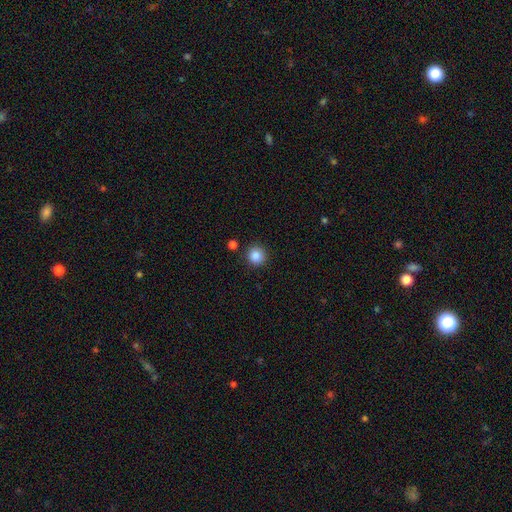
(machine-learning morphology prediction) smooth 86%, star or artifact 10%, featured or disk 3%. Down the decision tree: how rounded — round (94%); merging — none (87%).